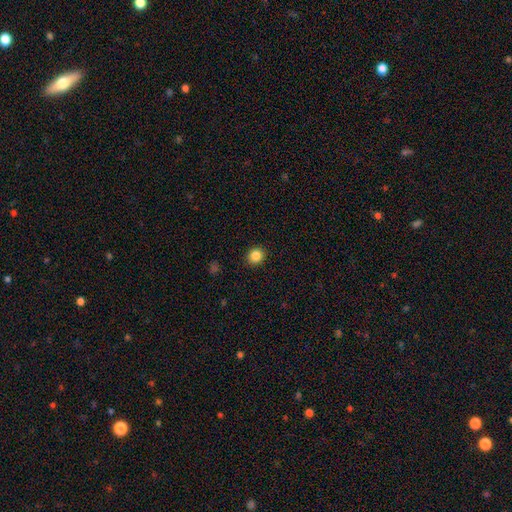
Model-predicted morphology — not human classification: Smooth or featured? smooth (85%)
How rounded? round (82%)
Merging? none (91%)